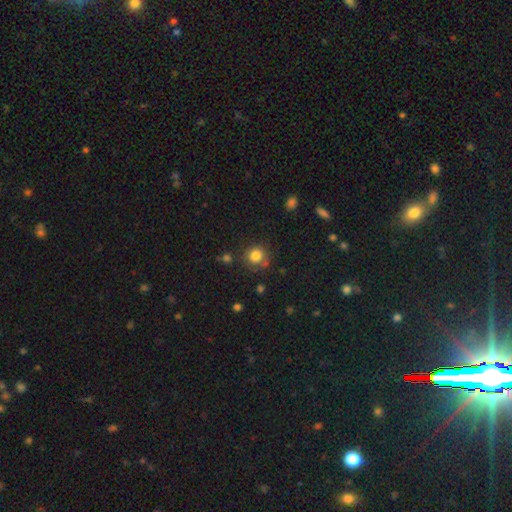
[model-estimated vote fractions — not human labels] smooth_or_featured: smooth (p=0.82) [alt: star or artifact p=0.12]
how_rounded: round (p=0.88) [alt: in between p=0.11]
merging: none (p=0.75) [alt: minor disturbance p=0.14]